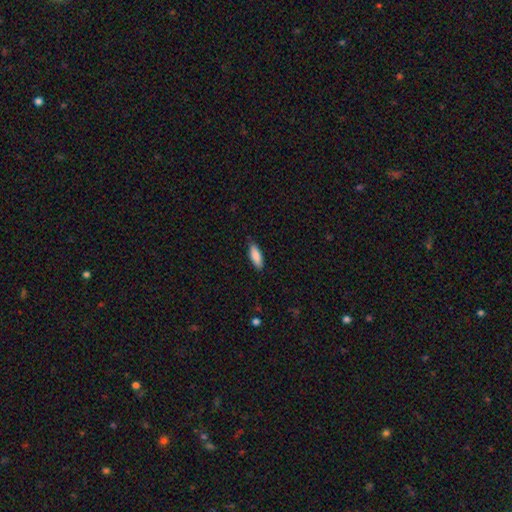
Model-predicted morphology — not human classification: Smooth or featured?
  - smooth: 87% *
  - featured or disk: 7%
  - star or artifact: 6%
How rounded?
  - in between: 66% *
  - cigar-shaped: 33%
  - round: 2%
Merging?
  - none: 84% *
  - minor disturbance: 12%
  - major disturbance: 2%
  - merger: 1%